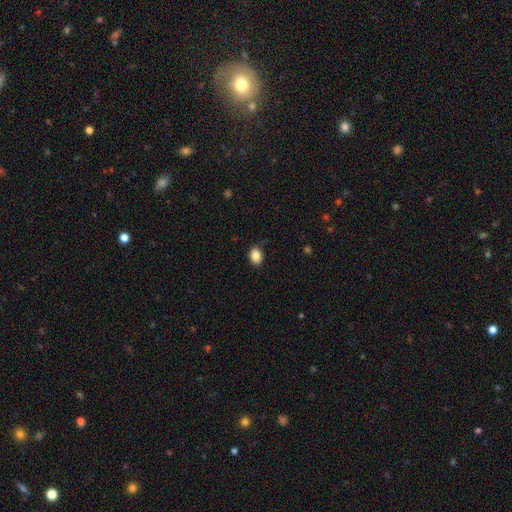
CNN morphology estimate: smooth 86%, star or artifact 9%, featured or disk 5%. Down the decision tree: how rounded — in between (71%); merging — none (88%).